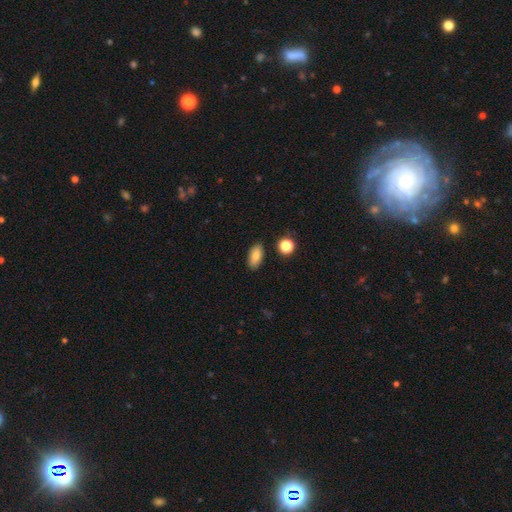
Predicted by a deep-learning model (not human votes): The model was most divided on "smooth or featured": smooth: 81%, featured or disk: 10%, star or artifact: 9%. More confident: how rounded — in between (89%); merging — none (86%).